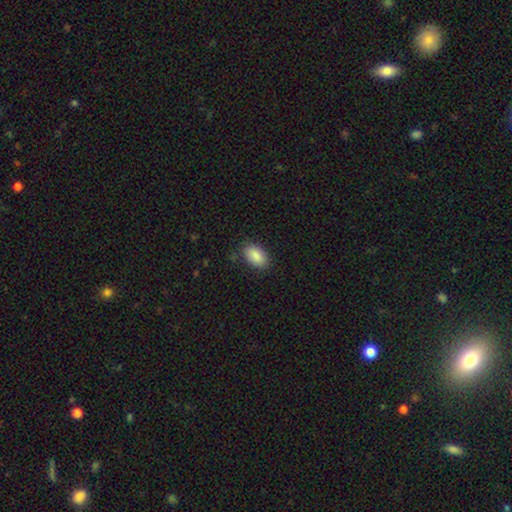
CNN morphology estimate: Smooth or featured?
  - smooth: 88% *
  - star or artifact: 7%
  - featured or disk: 5%
How rounded?
  - in between: 92% *
  - round: 5%
  - cigar-shaped: 2%
Merging?
  - none: 83% *
  - minor disturbance: 13%
  - major disturbance: 3%
  - merger: 1%